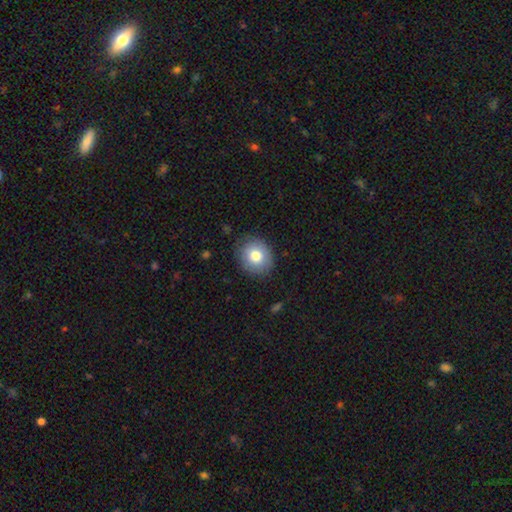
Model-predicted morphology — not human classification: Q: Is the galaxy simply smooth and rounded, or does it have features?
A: smooth — 79%.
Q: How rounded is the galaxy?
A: round — 73%.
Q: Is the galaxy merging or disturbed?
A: none — 83%.